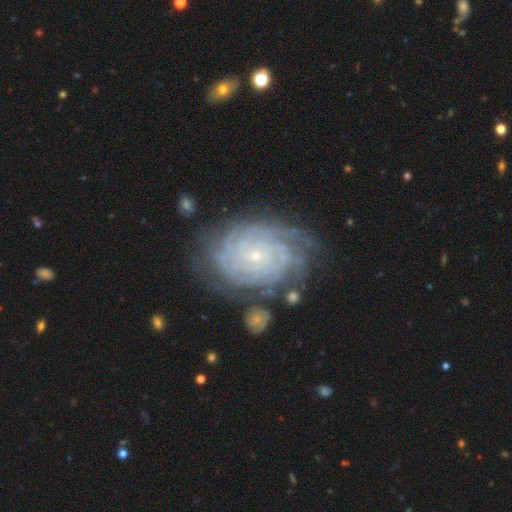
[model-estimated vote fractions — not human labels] Q: Smooth or featured?
A: featured or disk (88%); runner-up: smooth (6%)
Q: Edge-on disk?
A: no (97%); runner-up: yes (3%)
Q: Bar?
A: no (78%); runner-up: weak (17%)
Q: Spiral arms?
A: yes (97%); runner-up: no (3%)
Q: Spiral winding?
A: tight (86%); runner-up: medium (12%)
Q: Spiral arm count?
A: can't tell (25%); runner-up: more than 4 (24%)
Q: Bulge size?
A: small (87%); runner-up: moderate (10%)
Q: Merging?
A: none (70%); runner-up: minor disturbance (18%)